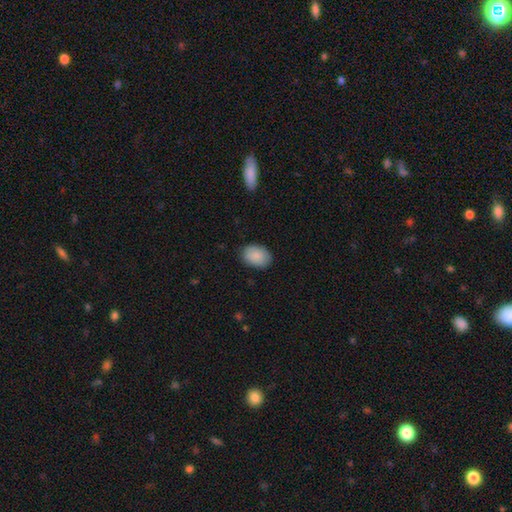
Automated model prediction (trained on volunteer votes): Smooth or featured? smooth (89%)
How rounded? in between (79%)
Merging? none (85%)